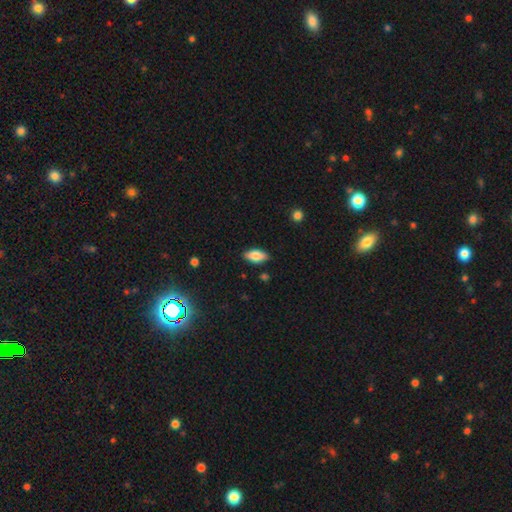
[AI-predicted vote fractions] Smooth or featured? Predicted: smooth (p=0.79). How rounded? Predicted: in between (p=0.88). Merging? Predicted: none (p=0.86).